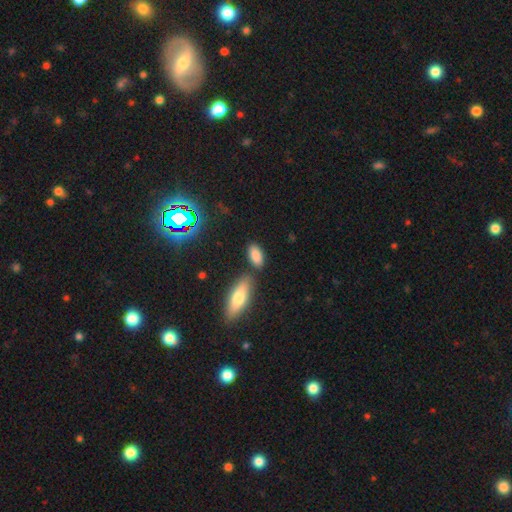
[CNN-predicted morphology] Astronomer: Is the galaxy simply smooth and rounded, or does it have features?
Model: smooth — 83%.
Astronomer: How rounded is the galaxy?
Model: in between — 88%.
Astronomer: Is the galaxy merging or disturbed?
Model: none — 73%.